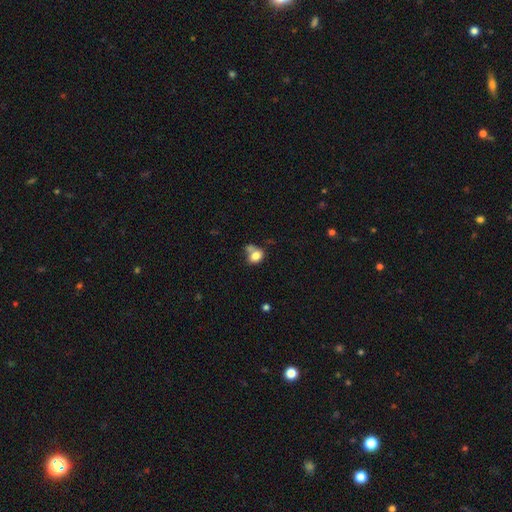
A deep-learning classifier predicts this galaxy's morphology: Smooth or featured? Predicted: smooth (p=0.79). How rounded? Predicted: in between (p=0.54). Merging? Predicted: none (p=0.37).